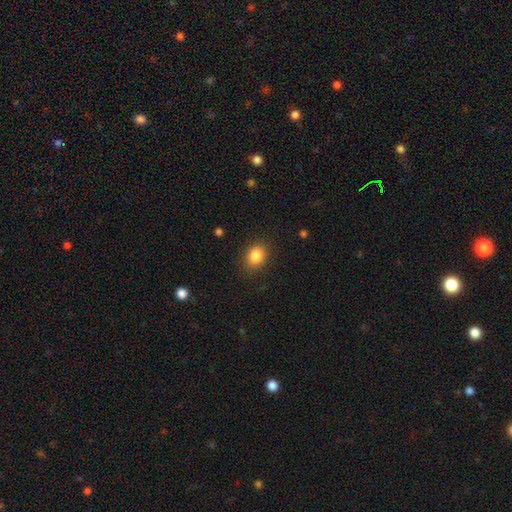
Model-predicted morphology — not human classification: Smooth or featured? Predicted: smooth (p=0.85). How rounded? Predicted: in between (p=0.56). Merging? Predicted: none (p=0.85).